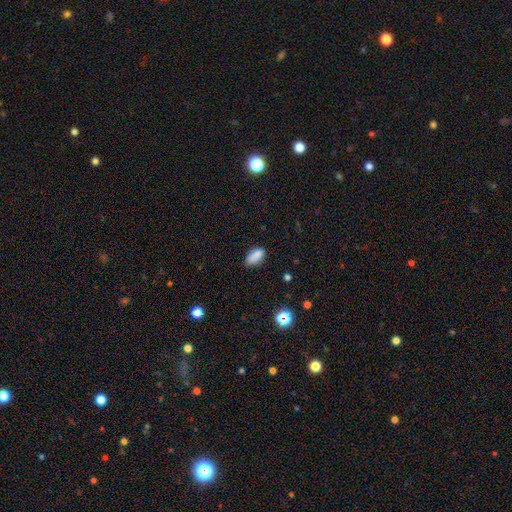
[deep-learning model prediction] smooth_or_featured: smooth (p=0.84) [alt: star or artifact p=0.10]
how_rounded: in between (p=0.88) [alt: cigar-shaped p=0.08]
merging: none (p=0.71) [alt: minor disturbance p=0.21]